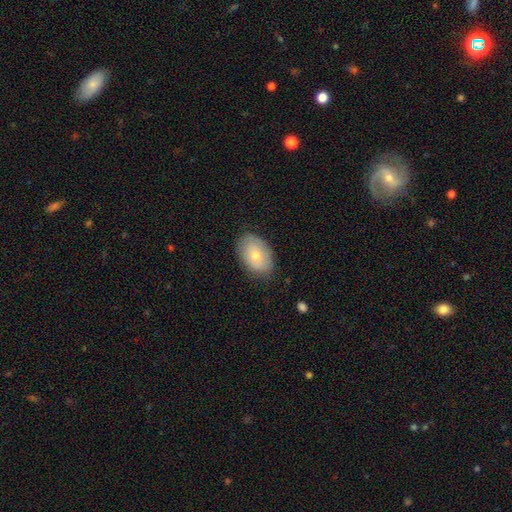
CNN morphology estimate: type=smooth (71%); roundness=in between (87%); merging=none (82%).